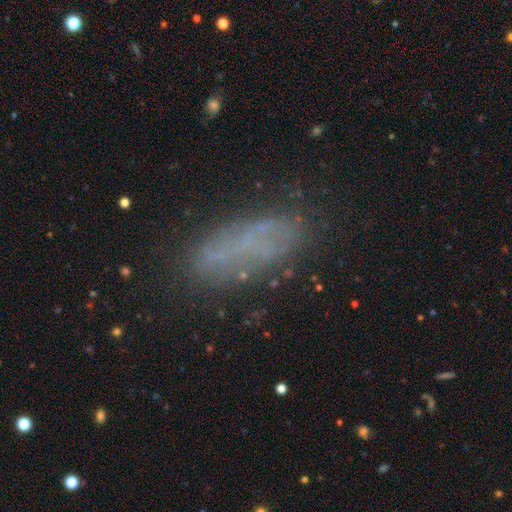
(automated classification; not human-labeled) This appears to be a smooth galaxy with no disk features (48%). Merging: none (67%).